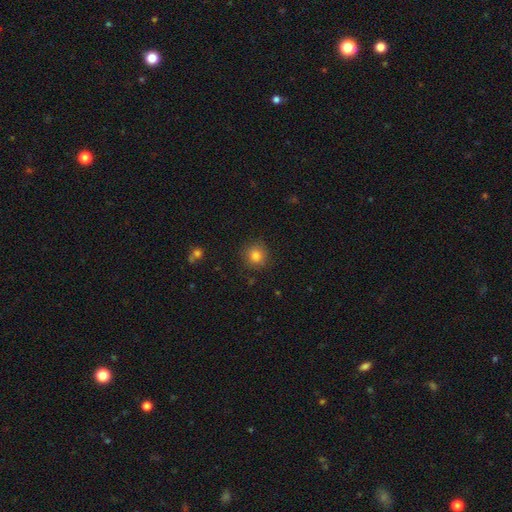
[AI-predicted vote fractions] Overall: smooth (83%). How rounded: round (91%). Merging: none (87%).